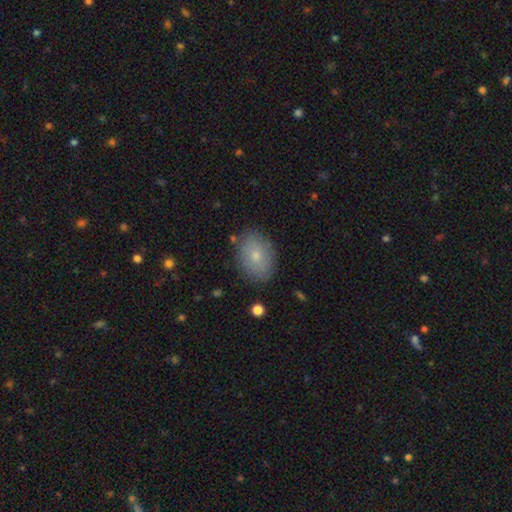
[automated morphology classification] type=smooth (73%); roundness=in between (79%); merging=none (84%).